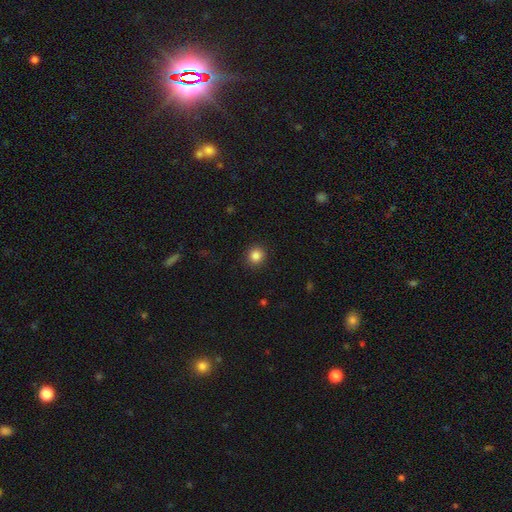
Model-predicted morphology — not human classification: Smooth or featured: smooth — 86% (star or artifact — 11%)
How rounded: round — 89% (in between — 10%)
Merging: none — 91% (minor disturbance — 6%)